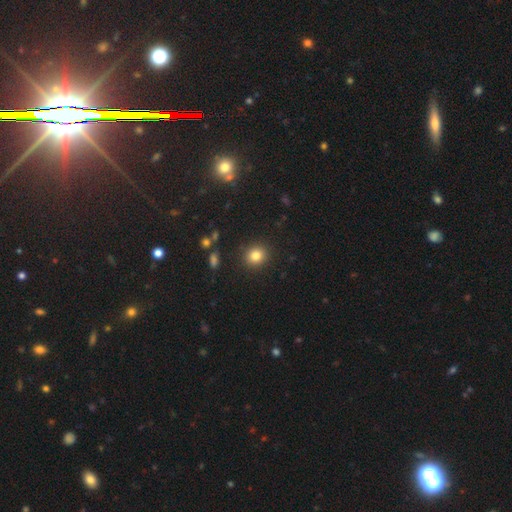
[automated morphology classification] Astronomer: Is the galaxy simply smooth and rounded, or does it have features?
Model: smooth — 82%.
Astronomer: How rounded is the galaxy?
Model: round — 81%.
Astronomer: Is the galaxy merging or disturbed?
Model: none — 90%.